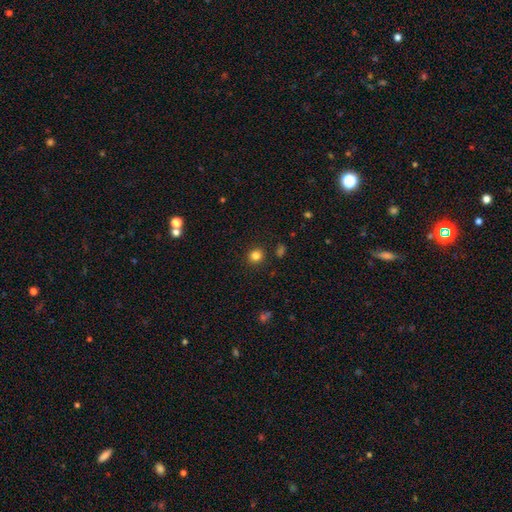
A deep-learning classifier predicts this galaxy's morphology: smooth 83%, star or artifact 13%, featured or disk 5%. Down the decision tree: how rounded — round (89%); merging — none (90%).